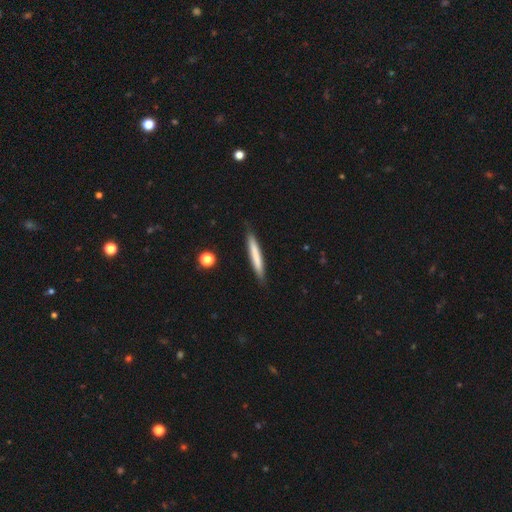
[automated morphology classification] smooth_or_featured: smooth (p=0.70) [alt: featured or disk p=0.25]
how_rounded: cigar-shaped (p=0.96) [alt: in between p=0.03]
merging: none (p=0.87) [alt: minor disturbance p=0.10]